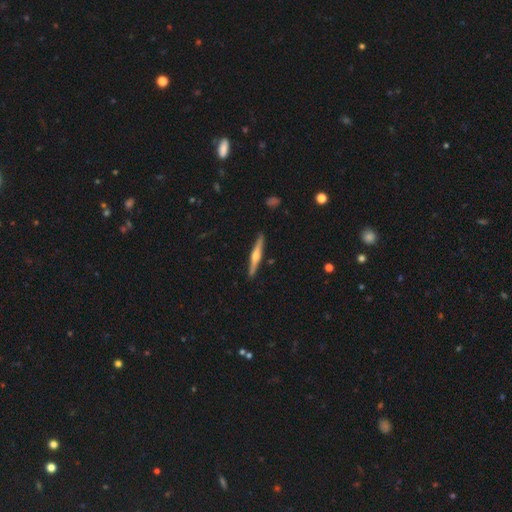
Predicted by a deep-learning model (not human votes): The model was most divided on "smooth or featured": featured or disk: 70%, smooth: 25%, star or artifact: 5%. More confident: edge-on disk — yes (98%); merging — none (91%); edge-on bulge — rounded (88%).